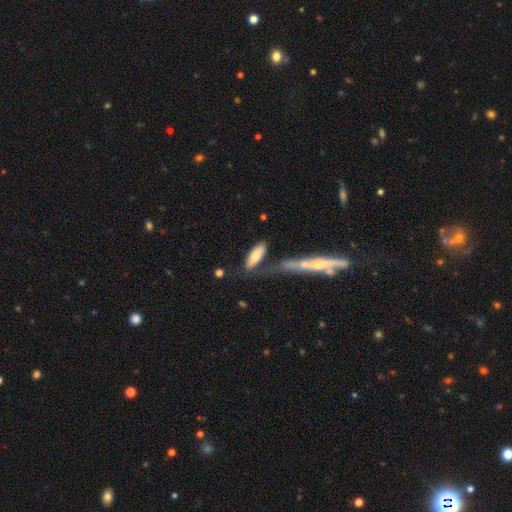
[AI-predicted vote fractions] Smooth or featured? Predicted: smooth (p=0.73). How rounded? Predicted: in between (p=0.63). Merging? Predicted: none (p=0.51).